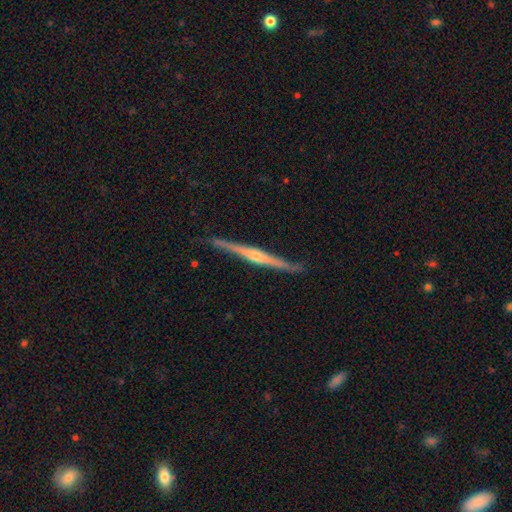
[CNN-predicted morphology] Overall: featured or disk (77%). Edge-on disk: yes (98%). Edge-on bulge: rounded (70%). Merging: none (84%).